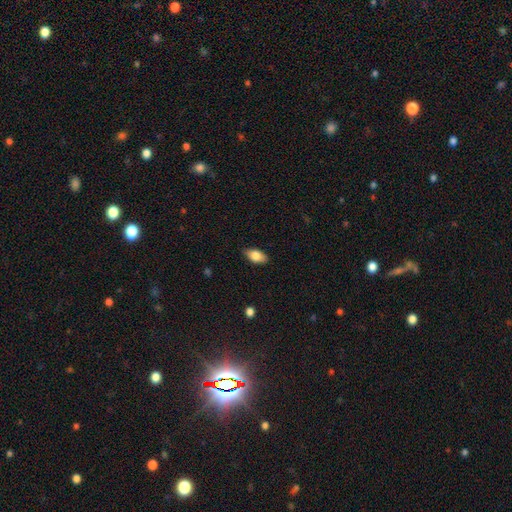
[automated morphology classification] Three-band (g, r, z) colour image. It shows a smooth galaxy with no disk features (80%) that is in between round and cigar-shaped (90%). Merging: none (83%).